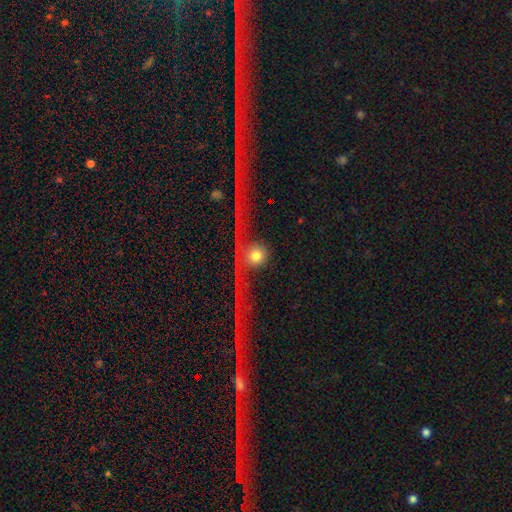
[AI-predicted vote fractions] Smooth or featured? Predicted: smooth (p=0.50). How rounded? Predicted: round (p=0.85). Merging? Predicted: none (p=0.37).